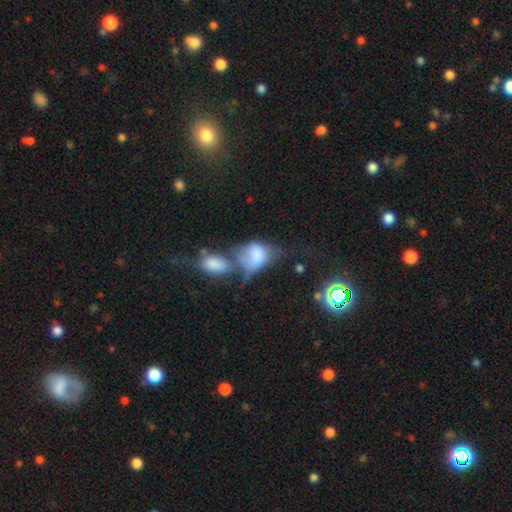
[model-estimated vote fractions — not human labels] smooth-or-featured: smooth: 71% | featured or disk: 21% | star or artifact: 8%
  how-rounded: in between: 78% | round: 20% | cigar-shaped: 2%
  merging: merger: 55% | major disturbance: 19% | none: 13% | minor disturbance: 12%